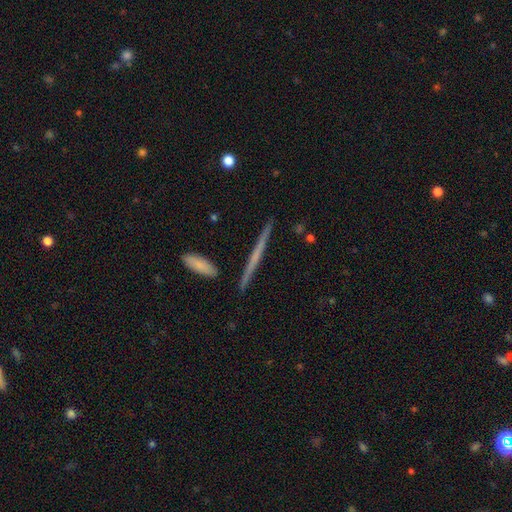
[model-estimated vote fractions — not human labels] A featured or disk galaxy (60%) viewed edge-on (97%) with no central bulge (74%).

Vote fractions:
- Smooth or featured? featured or disk: 60% / smooth: 33% / star or artifact: 7%
- Edge-on disk? yes: 97% / no: 3%
- Edge-on bulge? none: 74% / rounded: 19% / boxy: 6%
- Merging? none: 90% / minor disturbance: 6% / merger: 2% / major disturbance: 2%